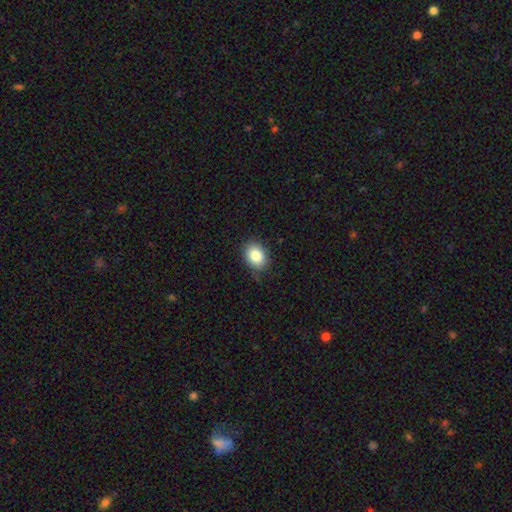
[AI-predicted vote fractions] smooth 84%, star or artifact 9%, featured or disk 7%. Down the decision tree: how rounded — in between (63%); merging — none (81%).